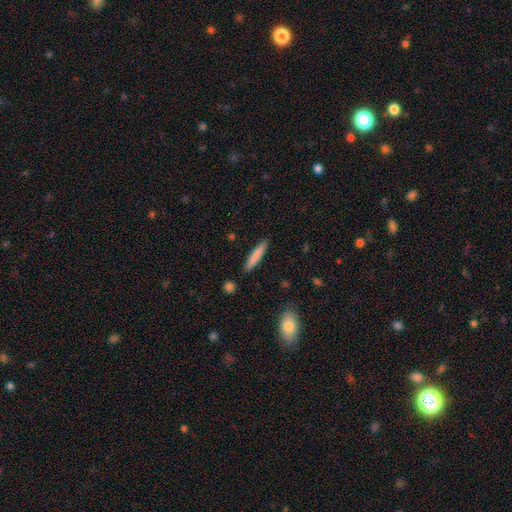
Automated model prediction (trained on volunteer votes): This appears to be a smooth galaxy with no disk features (80%) that is cigar-shaped (90%). Merging: none (89%).